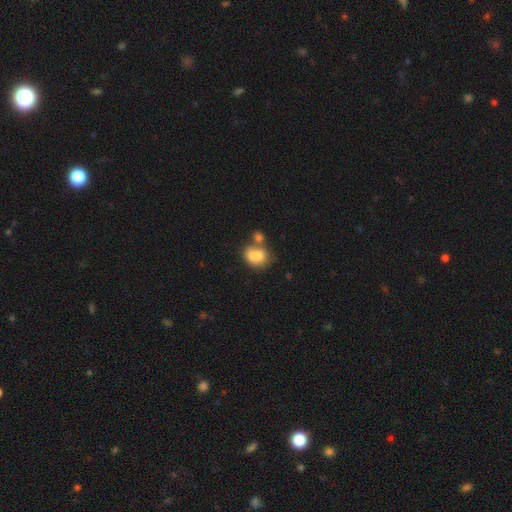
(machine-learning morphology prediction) Smooth or featured? smooth (70%)
How rounded? round (56%)
Merging? merger (60%)